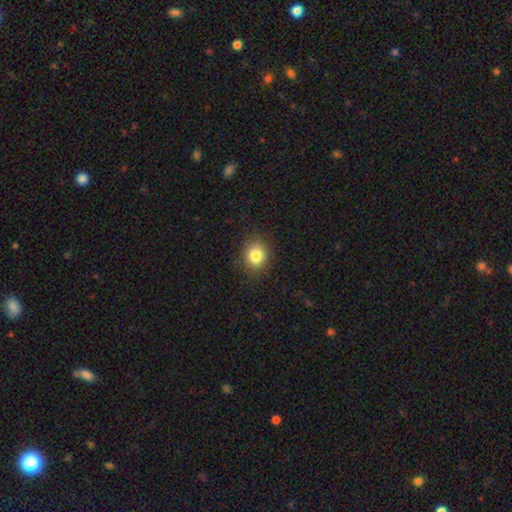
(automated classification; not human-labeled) Morphology: type=smooth (84%); roundness=round (75%); merging=none (87%).